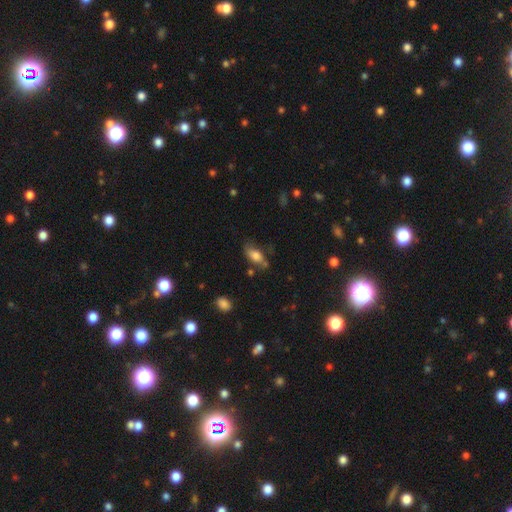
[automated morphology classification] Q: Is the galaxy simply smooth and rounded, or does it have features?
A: smooth — 73%.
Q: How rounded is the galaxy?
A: in between — 86%.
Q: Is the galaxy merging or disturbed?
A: none — 57%.